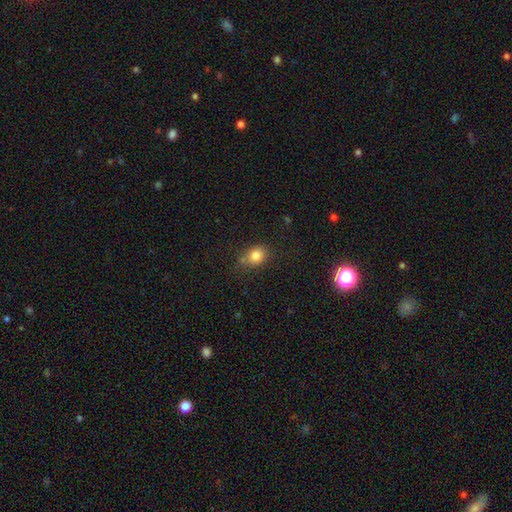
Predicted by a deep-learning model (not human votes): Overall: smooth (82%). How rounded: round (54%; in between 45%). Merging: none (68%).